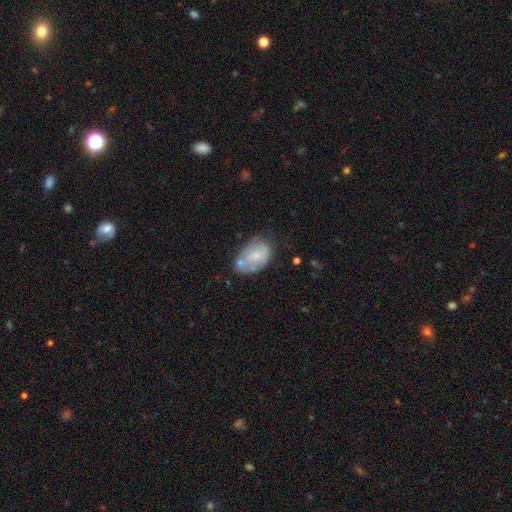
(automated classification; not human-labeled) This appears to be a smooth galaxy with no disk features (63%) that is in between round and cigar-shaped (85%). Merging: none (48%).